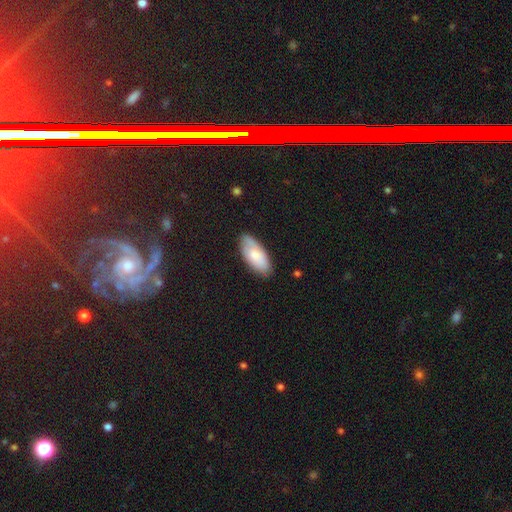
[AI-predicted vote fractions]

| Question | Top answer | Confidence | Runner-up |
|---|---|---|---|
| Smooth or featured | smooth | 72% | featured or disk (22%) |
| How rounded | in between | 90% | cigar-shaped (8%) |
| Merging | none | 80% | minor disturbance (16%) |